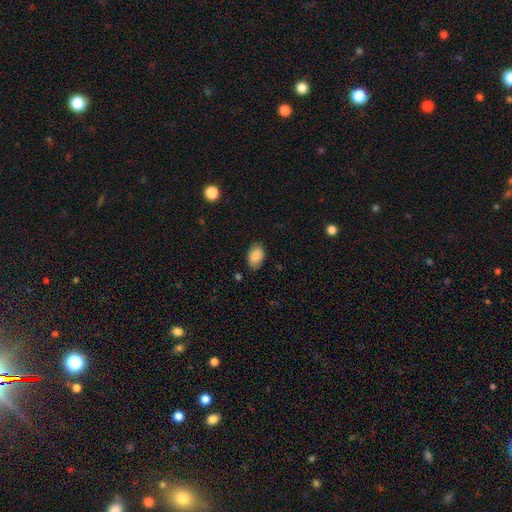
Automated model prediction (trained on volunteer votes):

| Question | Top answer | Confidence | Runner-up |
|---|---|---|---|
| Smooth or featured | smooth | 87% | star or artifact (7%) |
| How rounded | in between | 89% | round (10%) |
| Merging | none | 84% | minor disturbance (12%) |